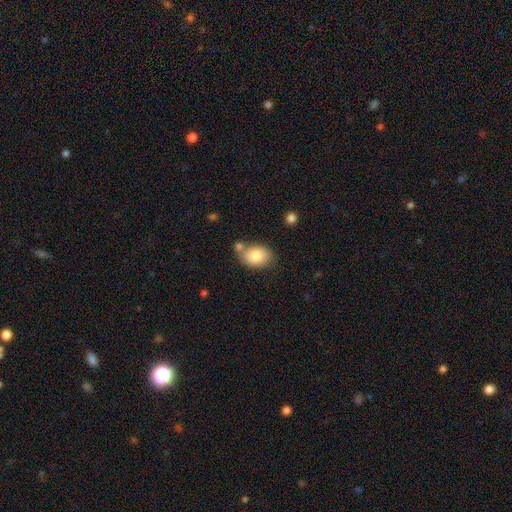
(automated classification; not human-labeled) The model was most divided on "how rounded": in between: 71%, round: 28%, cigar-shaped: 1%. More confident: smooth or featured — smooth (82%); merging — none (61%).